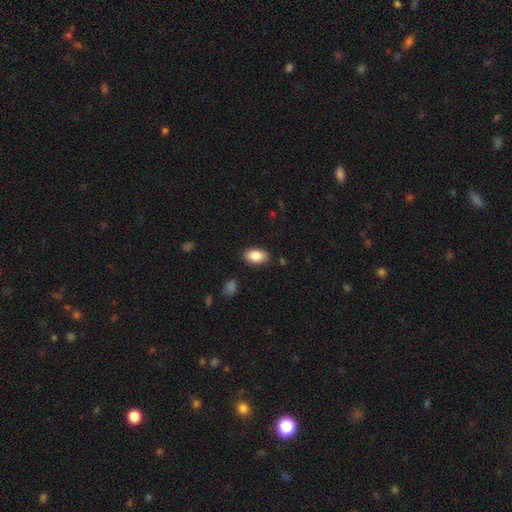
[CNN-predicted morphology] Smooth or featured? smooth (87%)
How rounded? in between (92%)
Merging? none (86%)